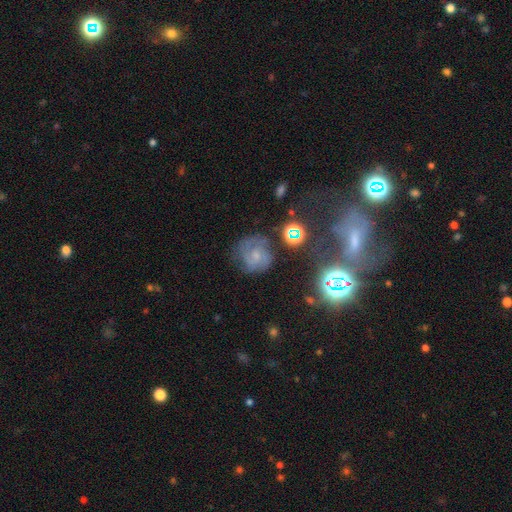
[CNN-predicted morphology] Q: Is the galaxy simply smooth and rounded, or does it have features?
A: featured or disk — 64%.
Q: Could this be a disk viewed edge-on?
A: no — 98%.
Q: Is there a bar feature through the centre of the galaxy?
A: no — 60%.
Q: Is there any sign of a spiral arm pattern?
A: yes — 90%.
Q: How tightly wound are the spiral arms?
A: tight — 45%.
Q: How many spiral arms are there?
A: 2 — 45%.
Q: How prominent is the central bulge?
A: small — 49%.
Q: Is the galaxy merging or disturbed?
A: none — 66%.